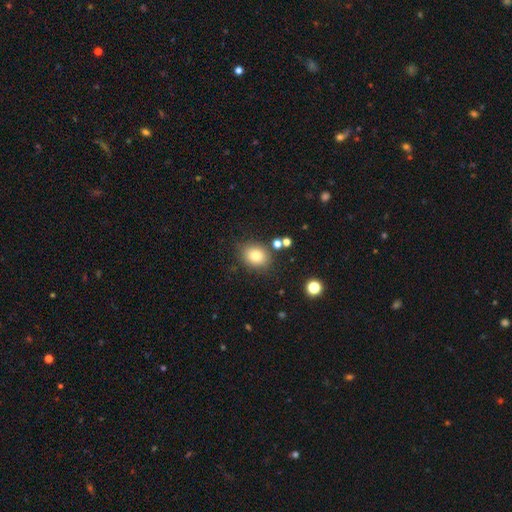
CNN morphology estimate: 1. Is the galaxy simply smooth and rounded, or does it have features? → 81% smooth, 11% star or artifact, 8% featured or disk.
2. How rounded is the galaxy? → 50% round, 49% in between, 1% cigar-shaped.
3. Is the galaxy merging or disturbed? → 80% none, 12% minor disturbance, 5% merger, 4% major disturbance.